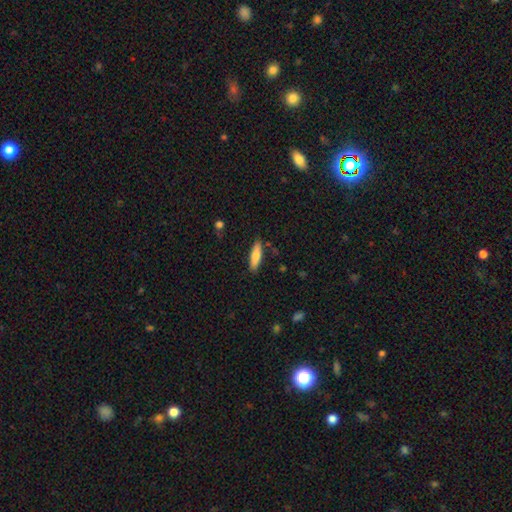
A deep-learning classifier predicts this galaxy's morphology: This appears to be a smooth galaxy with no disk features (73%) that is cigar-shaped (56%). Merging: none (85%).